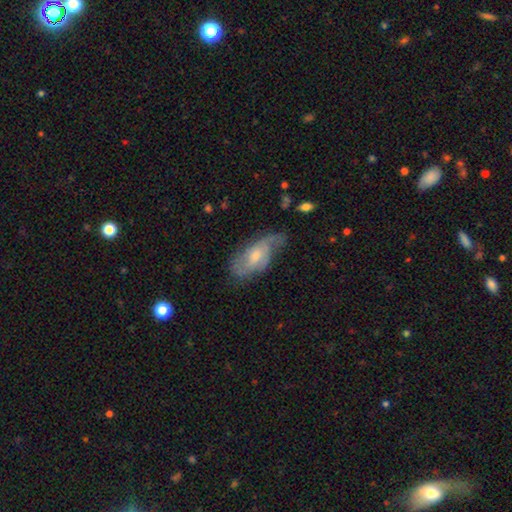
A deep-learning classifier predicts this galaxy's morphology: Q: Smooth or featured?
A: featured or disk (68%); runner-up: smooth (25%)
Q: Edge-on disk?
A: no (91%); runner-up: yes (9%)
Q: Bar?
A: no (57%); runner-up: weak (37%)
Q: Spiral arms?
A: yes (87%); runner-up: no (13%)
Q: Spiral winding?
A: medium (44%); runner-up: tight (29%)
Q: Spiral arm count?
A: 2 (52%); runner-up: can't tell (25%)
Q: Bulge size?
A: moderate (51%); runner-up: small (40%)
Q: Merging?
A: none (53%); runner-up: minor disturbance (30%)